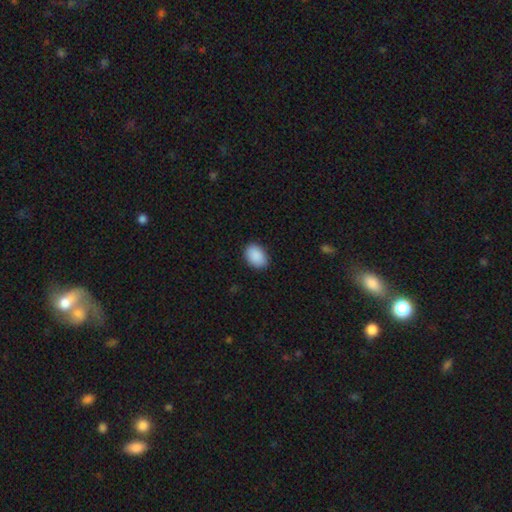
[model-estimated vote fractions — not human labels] Smooth or featured? Predicted: smooth (p=0.90). How rounded? Predicted: in between (p=0.80). Merging? Predicted: none (p=0.87).